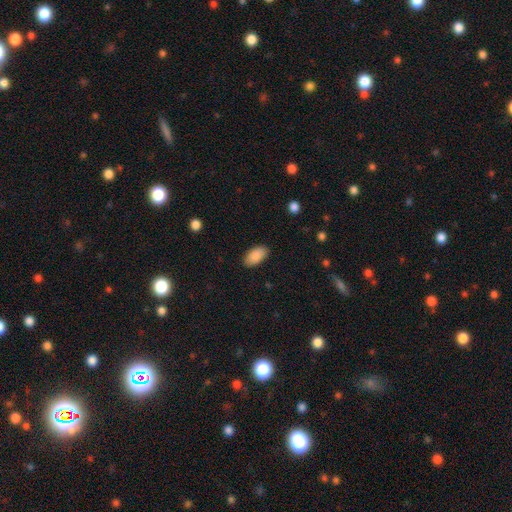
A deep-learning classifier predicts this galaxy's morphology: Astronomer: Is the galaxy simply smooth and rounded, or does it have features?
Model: smooth — 89%.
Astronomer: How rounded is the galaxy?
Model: in between — 95%.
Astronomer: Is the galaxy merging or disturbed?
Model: none — 88%.